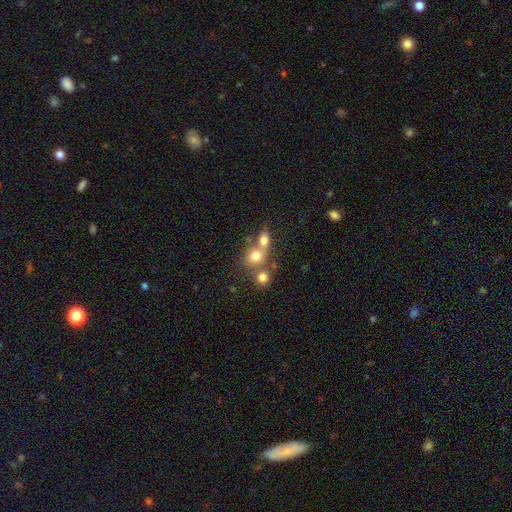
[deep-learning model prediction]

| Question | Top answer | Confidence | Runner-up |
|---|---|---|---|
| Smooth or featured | smooth | 73% | featured or disk (14%) |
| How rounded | round | 69% | in between (29%) |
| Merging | merger | 49% | none (38%) |